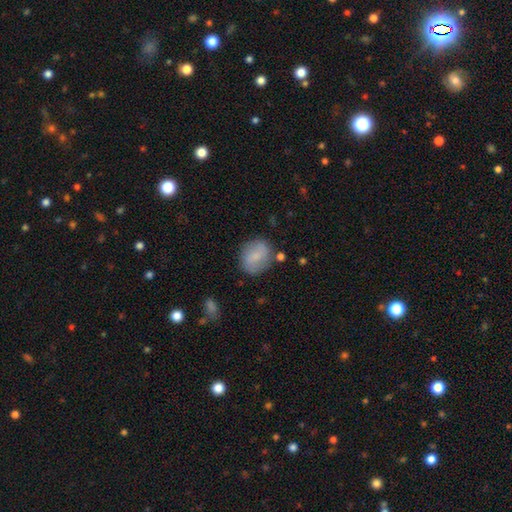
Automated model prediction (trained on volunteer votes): A smooth galaxy with no disk features (68%) that is round (62%).

Vote fractions:
- Smooth or featured? smooth: 68% / featured or disk: 25% / star or artifact: 7%
- How rounded? round: 62% / in between: 37% / cigar-shaped: 1%
- Merging? none: 77% / minor disturbance: 15% / major disturbance: 4% / merger: 4%